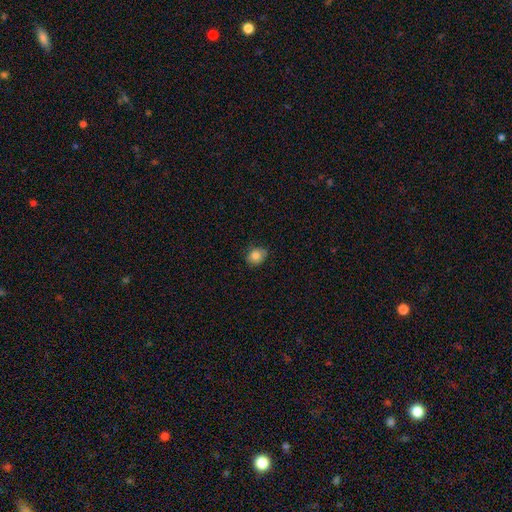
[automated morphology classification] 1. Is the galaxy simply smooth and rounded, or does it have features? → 83% smooth, 10% star or artifact, 7% featured or disk.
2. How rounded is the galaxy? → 65% round, 34% in between, 1% cigar-shaped.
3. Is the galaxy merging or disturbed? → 80% none, 17% minor disturbance, 3% major disturbance, 1% merger.